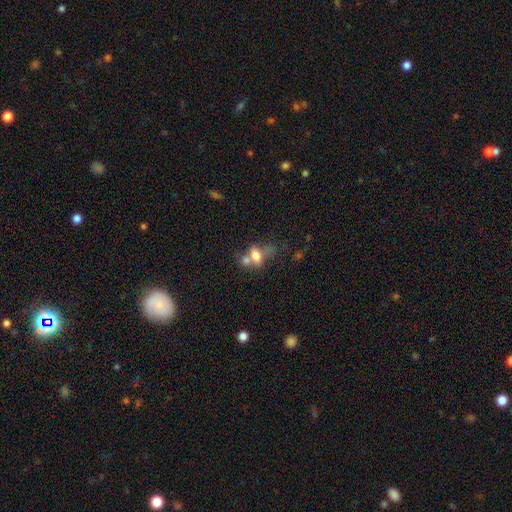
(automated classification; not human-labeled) Smooth or featured?
  - smooth: 63% *
  - featured or disk: 25%
  - star or artifact: 12%
How rounded?
  - in between: 74% *
  - round: 19%
  - cigar-shaped: 7%
Merging?
  - merger: 50% *
  - none: 26%
  - minor disturbance: 13%
  - major disturbance: 12%